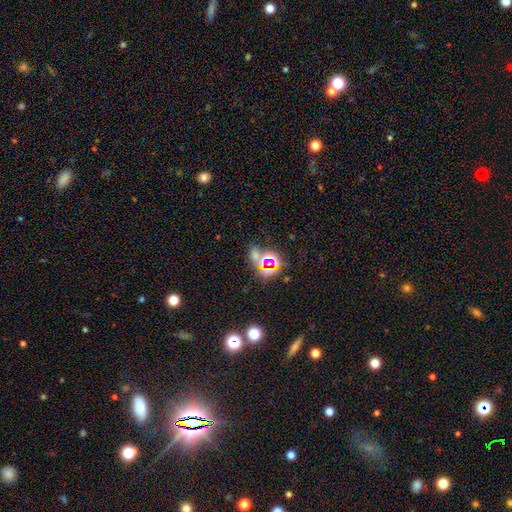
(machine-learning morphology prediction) This is likely a star or artifact rather than a galaxy (63%).